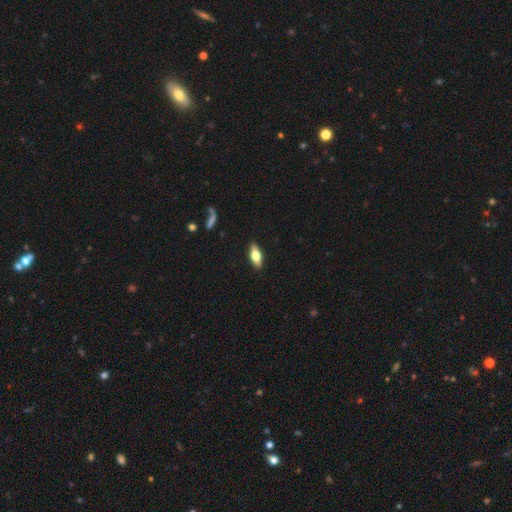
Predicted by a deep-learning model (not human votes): This appears to be a smooth galaxy with no disk features (51%) that is in between round and cigar-shaped (69%). Merging: none (89%).